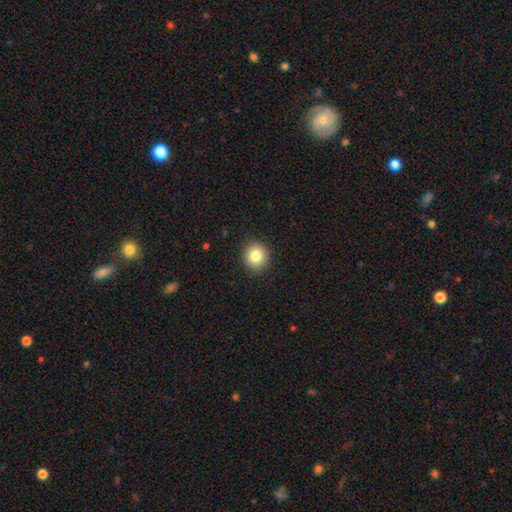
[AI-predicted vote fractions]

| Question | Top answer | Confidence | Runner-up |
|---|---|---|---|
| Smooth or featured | smooth | 84% | star or artifact (10%) |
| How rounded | round | 89% | in between (10%) |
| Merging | none | 91% | minor disturbance (6%) |